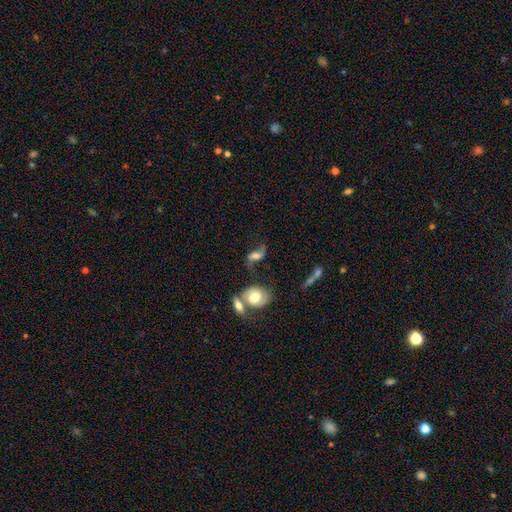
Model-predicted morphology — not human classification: This is possibly a featured or disk galaxy (58%). It is clearly not viewed edge-on (91%). Bar: marginally no (43%). Spiral arm pattern: clearly yes (87%). Central bulge: possibly moderate (51%). Merging: possibly none (49%).